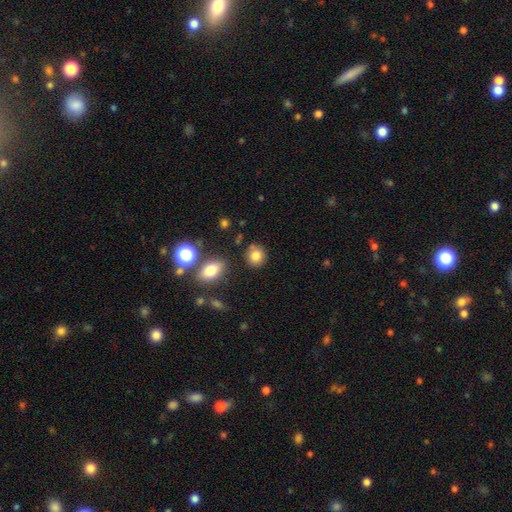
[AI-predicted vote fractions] A smooth galaxy with no disk features (81%) that is round (76%). Merging: none (78%).